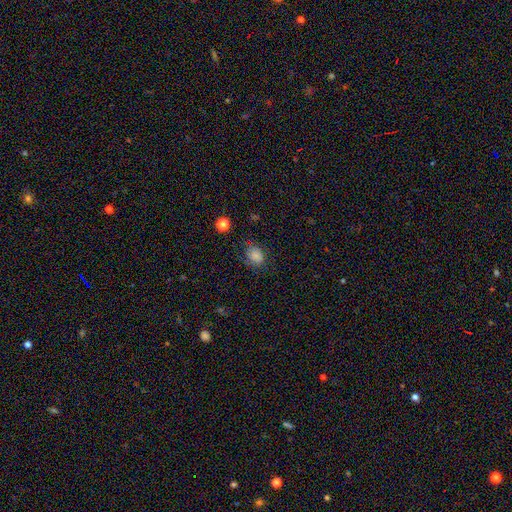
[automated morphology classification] Smooth or featured: smooth — 80% (star or artifact — 13%)
How rounded: in between — 51% (round — 48%)
Merging: none — 73% (minor disturbance — 19%)